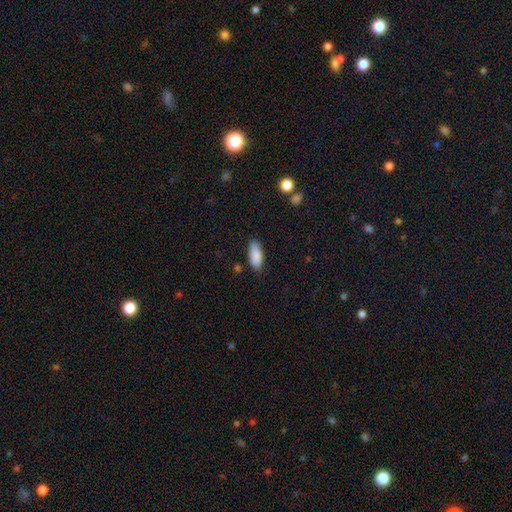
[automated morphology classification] A smooth galaxy with no disk features (89%) that is in between round and cigar-shaped (82%).

Vote fractions:
- Smooth or featured? smooth: 89% / star or artifact: 6% / featured or disk: 5%
- How rounded? in between: 82% / cigar-shaped: 16% / round: 2%
- Merging? none: 79% / minor disturbance: 16% / major disturbance: 3% / merger: 2%